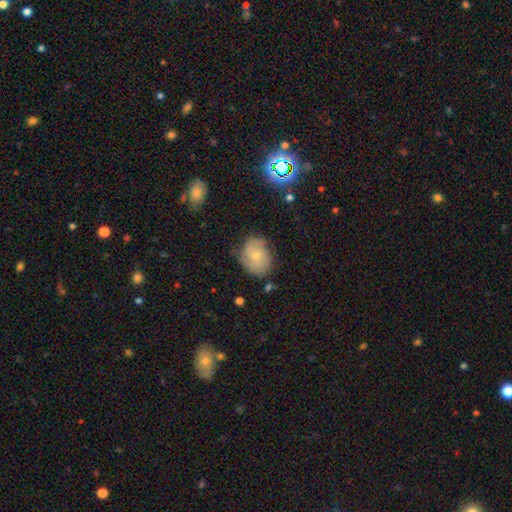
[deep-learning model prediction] Smooth or featured? featured or disk (57%)
Edge-on disk? no (97%)
Bar? no (71%)
Spiral arms? yes (87%)
Bulge size? small (57%)
Merging? none (68%)